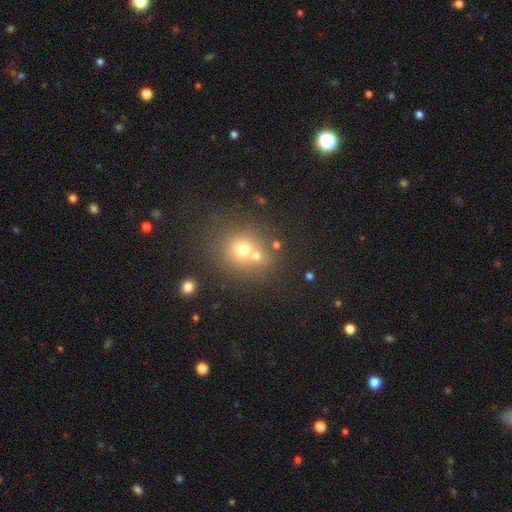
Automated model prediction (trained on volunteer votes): smooth-or-featured: smooth: 66% | star or artifact: 18% | featured or disk: 15%
  how-rounded: round: 82% | in between: 17% | cigar-shaped: 1%
  merging: none: 49% | merger: 38% | minor disturbance: 8% | major disturbance: 4%